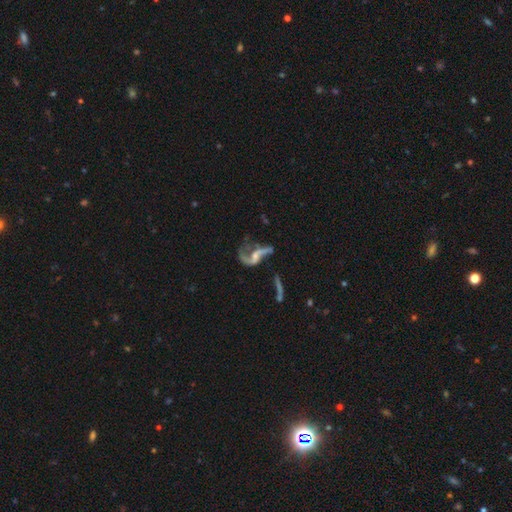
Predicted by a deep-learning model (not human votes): Smooth or featured? Predicted: featured or disk (p=0.82). Edge-on disk? Predicted: no (p=0.95). Bar? Predicted: no (p=0.51). Spiral arms? Predicted: yes (p=0.86). Spiral winding? Predicted: loose (p=0.83). Spiral arm count? Predicted: 2 (p=0.82). Bulge size? Predicted: small (p=0.49). Merging? Predicted: none (p=0.35).